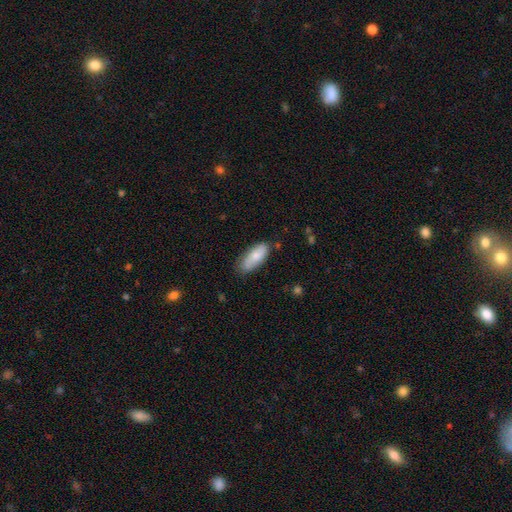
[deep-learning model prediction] Overall: smooth (77%). How rounded: in between (82%). Merging: none (73%).